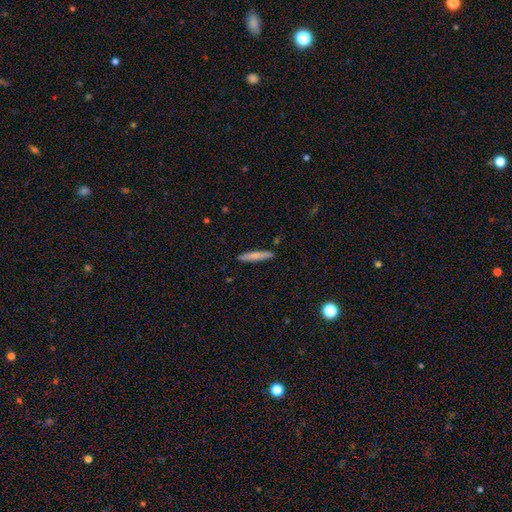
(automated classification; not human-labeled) Overall: smooth (76%). How rounded: cigar-shaped (92%). Merging: none (89%).